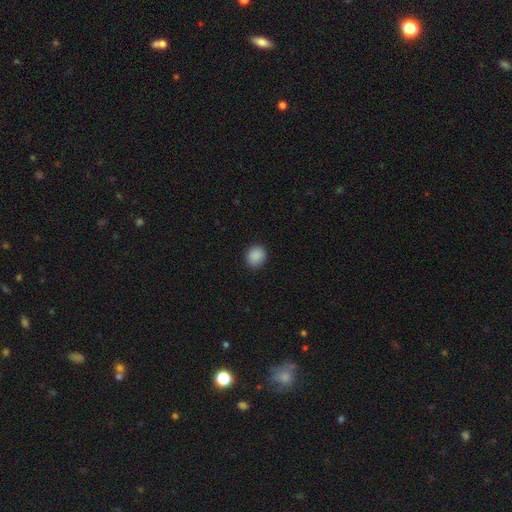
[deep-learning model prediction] Morphology: type=smooth (89%); roundness=round (72%); merging=none (89%).